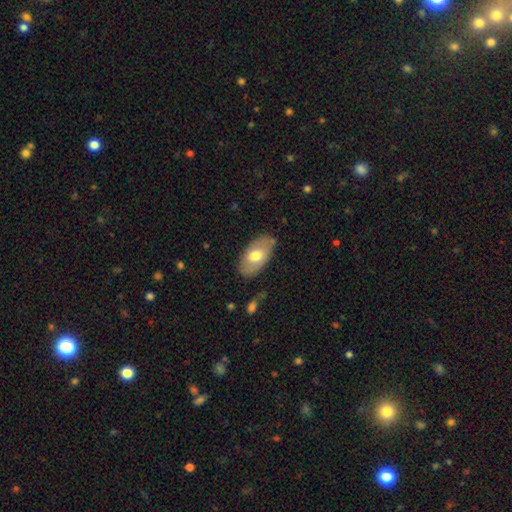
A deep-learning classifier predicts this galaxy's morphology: This is likely a smooth galaxy (66%). How rounded: clearly in between (93%). Merging: likely none (78%).